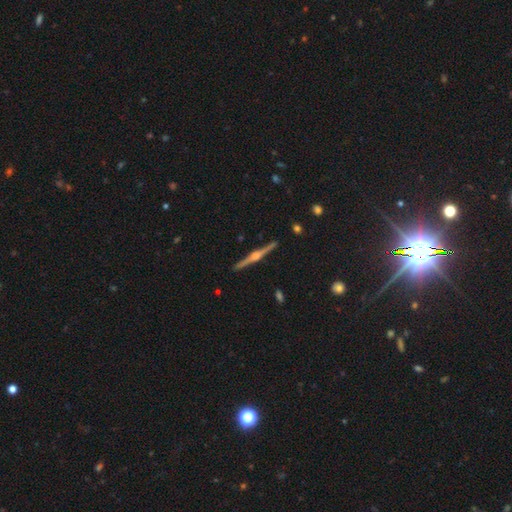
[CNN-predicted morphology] Overall: featured or disk (85%). Edge-on disk: yes (98%). Edge-on bulge: rounded (90%). Merging: none (92%).